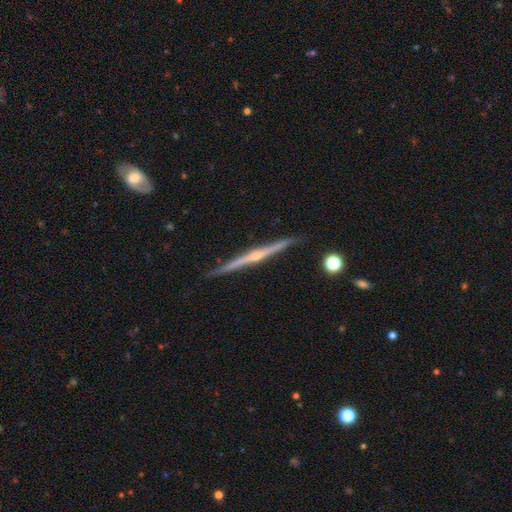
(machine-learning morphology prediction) Overall: featured or disk (83%). Edge-on disk: yes (98%). Edge-on bulge: rounded (79%). Merging: none (91%).